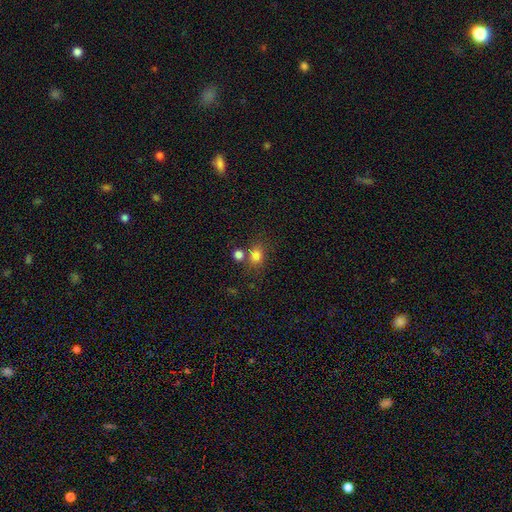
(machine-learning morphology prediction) smooth 79%, star or artifact 14%, featured or disk 8%. Down the decision tree: how rounded — round (59%); merging — none (60%).